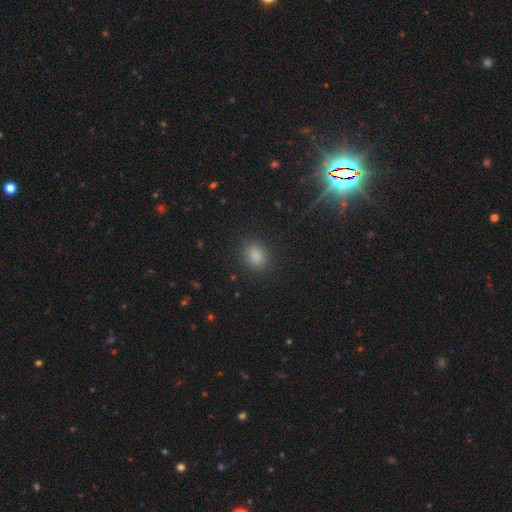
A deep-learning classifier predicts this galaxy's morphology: Smooth or featured: smooth — 84% (star or artifact — 11%)
How rounded: in between — 58% (round — 41%)
Merging: none — 87% (minor disturbance — 8%)